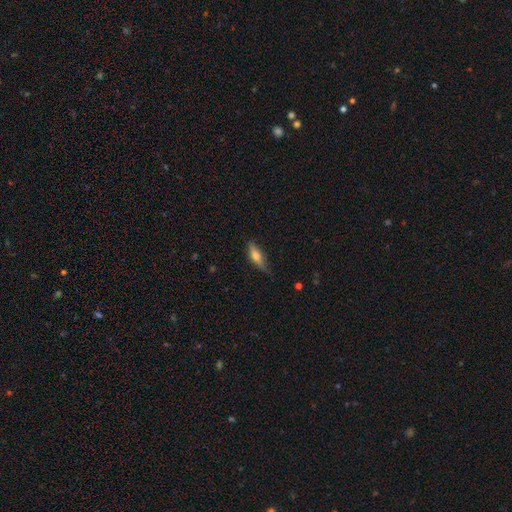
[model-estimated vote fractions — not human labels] Smooth or featured? smooth (52%)
How rounded? cigar-shaped (57%)
Merging? none (73%)